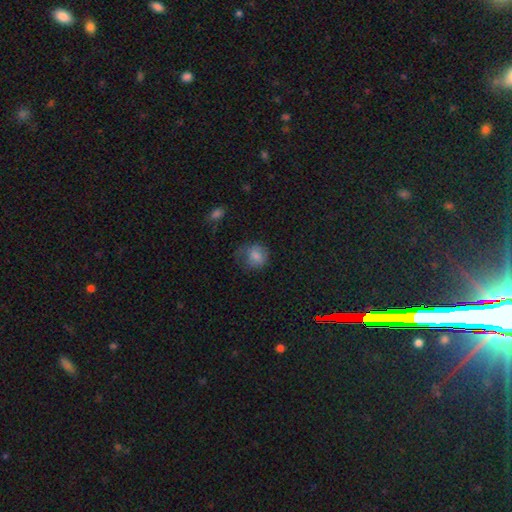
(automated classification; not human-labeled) Overall: smooth (79%). How rounded: round (71%). Merging: none (48%; minor disturbance 29%).